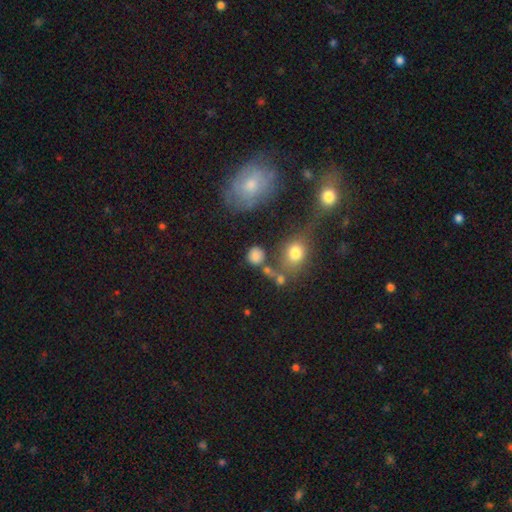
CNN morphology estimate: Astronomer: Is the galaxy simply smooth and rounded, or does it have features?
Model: smooth — 78%.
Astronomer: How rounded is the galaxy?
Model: round — 77%.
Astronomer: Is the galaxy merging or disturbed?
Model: none — 58%.